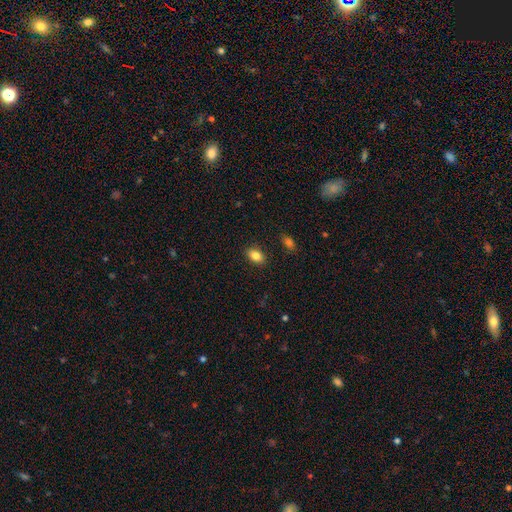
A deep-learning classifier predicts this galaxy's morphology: type=smooth (85%); roundness=in between (87%); merging=none (88%).